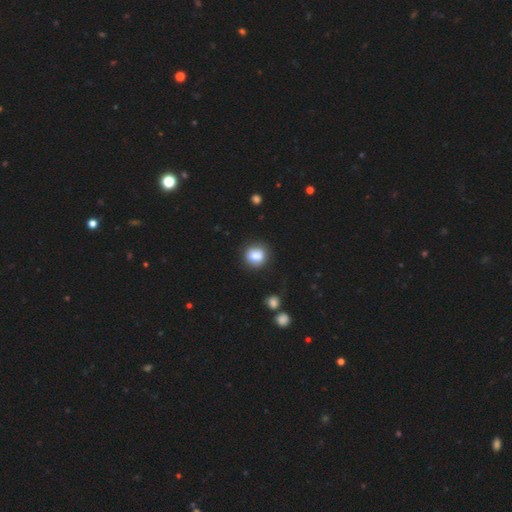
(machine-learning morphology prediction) Smooth or featured?
  - smooth: 83% *
  - star or artifact: 9%
  - featured or disk: 8%
How rounded?
  - round: 71% *
  - in between: 27%
  - cigar-shaped: 1%
Merging?
  - none: 83% *
  - minor disturbance: 11%
  - merger: 3%
  - major disturbance: 3%